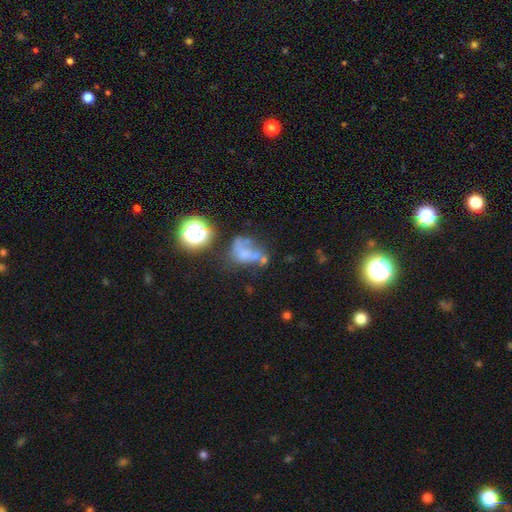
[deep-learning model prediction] Smooth or featured? Predicted: smooth (p=0.38). Merging? Predicted: major disturbance (p=0.29).